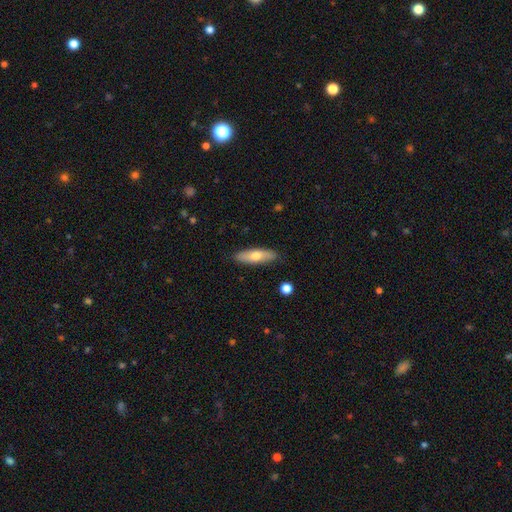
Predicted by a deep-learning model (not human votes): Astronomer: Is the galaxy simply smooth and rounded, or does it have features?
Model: smooth — 67%.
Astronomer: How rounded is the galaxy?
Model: cigar-shaped — 51% (runner-up: in between, 47%).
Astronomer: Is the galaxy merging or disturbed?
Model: none — 88%.